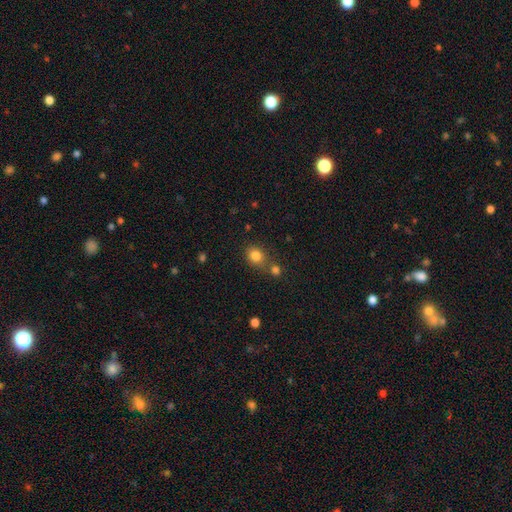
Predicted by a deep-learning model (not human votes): smooth-or-featured: smooth: 82% | star or artifact: 12% | featured or disk: 6%
  how-rounded: round: 65% | in between: 34% | cigar-shaped: 1%
  merging: none: 59% | merger: 25% | minor disturbance: 12% | major disturbance: 4%